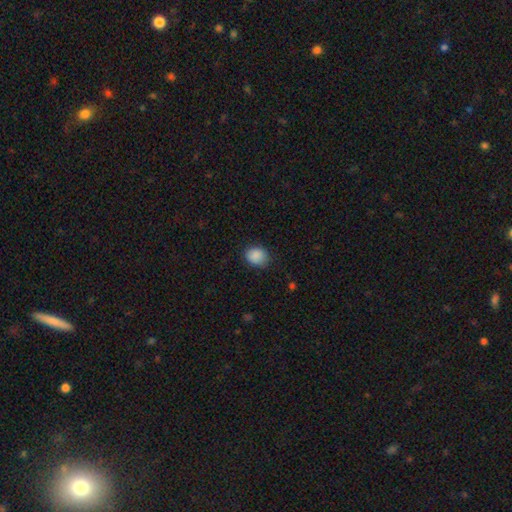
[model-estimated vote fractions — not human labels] This is clearly a smooth galaxy (88%). How rounded: likely round (64%). Merging: clearly none (83%).